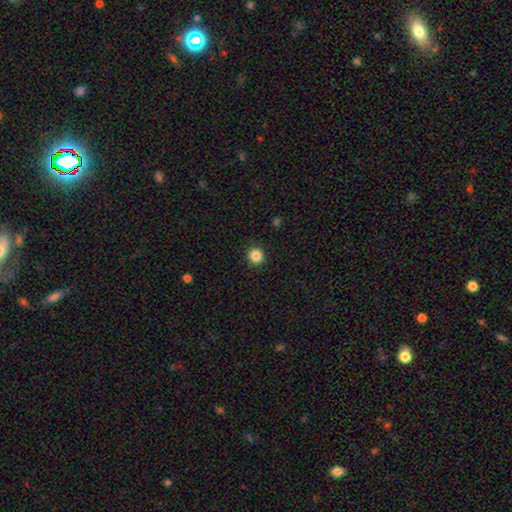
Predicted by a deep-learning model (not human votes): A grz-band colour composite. It shows a smooth galaxy with no disk features (86%) that is round (94%). Merging: none (91%).